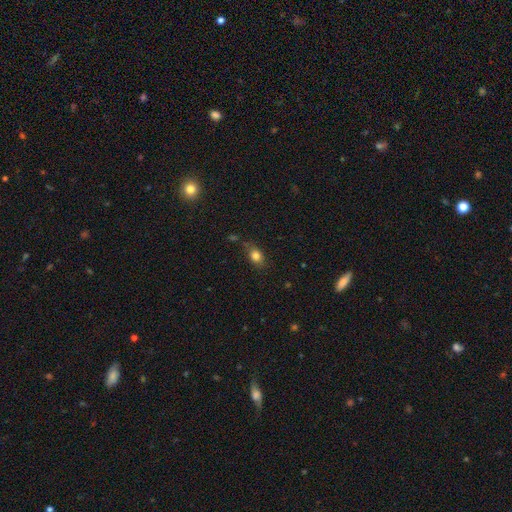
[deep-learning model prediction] Morphology: type=smooth (82%); roundness=in between (68%); merging=none (69%).